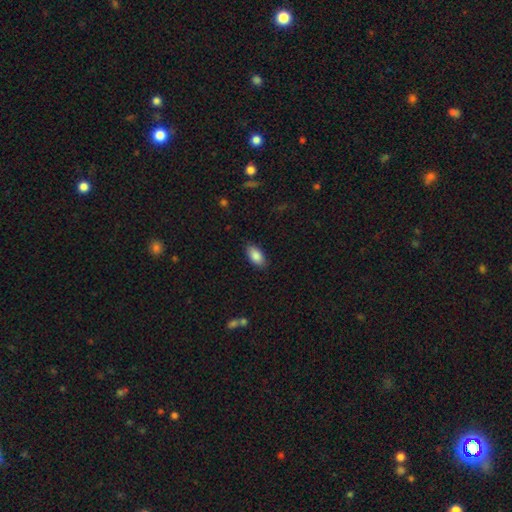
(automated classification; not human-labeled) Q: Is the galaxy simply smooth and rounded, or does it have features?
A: smooth — 87%.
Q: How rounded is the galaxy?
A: in between — 93%.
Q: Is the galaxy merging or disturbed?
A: none — 85%.